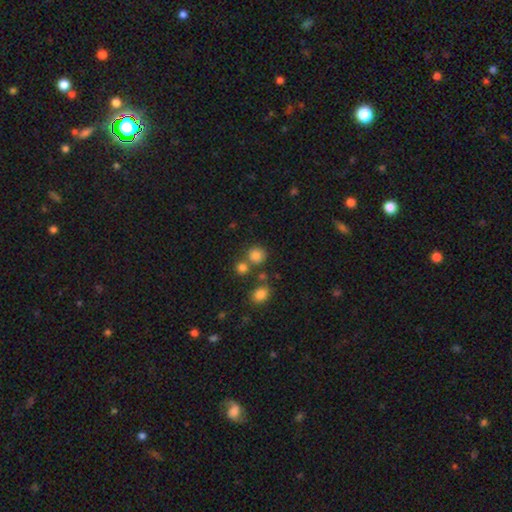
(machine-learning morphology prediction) smooth-or-featured: smooth: 80% | star or artifact: 14% | featured or disk: 6%
  how-rounded: round: 87% | in between: 12% | cigar-shaped: 1%
  merging: none: 68% | merger: 19% | minor disturbance: 9% | major disturbance: 4%